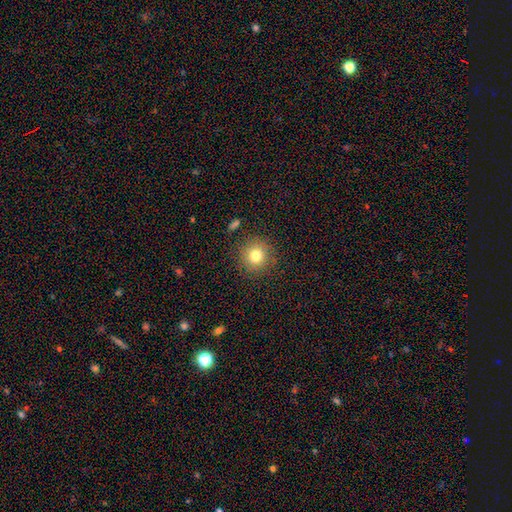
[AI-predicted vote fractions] This is likely a smooth galaxy (78%). How rounded: clearly round (92%). Merging: clearly none (88%).